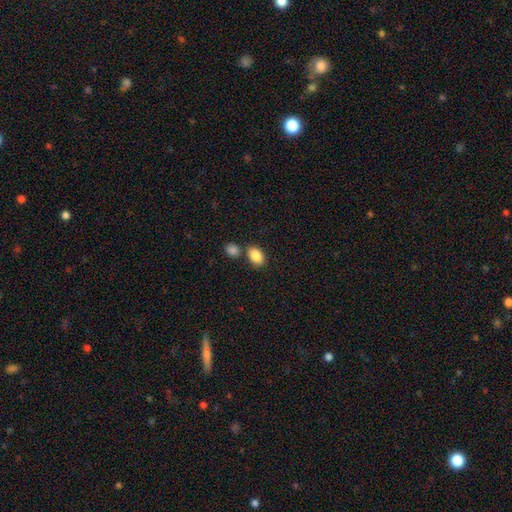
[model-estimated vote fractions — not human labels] smooth-or-featured: smooth: 87% | star or artifact: 8% | featured or disk: 5%
  how-rounded: in between: 85% | round: 13% | cigar-shaped: 1%
  merging: none: 66% | merger: 19% | minor disturbance: 11% | major disturbance: 3%